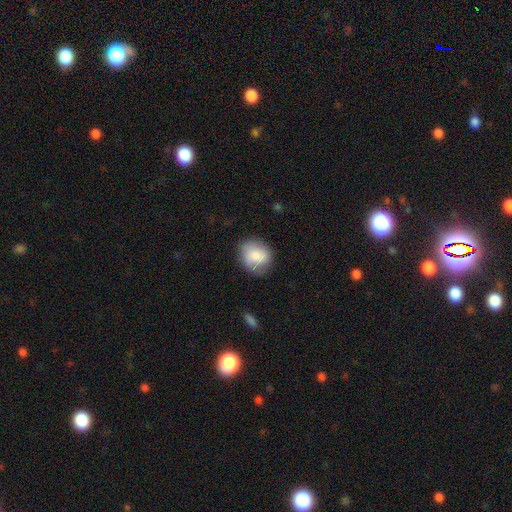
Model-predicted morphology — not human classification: The model was most divided on "how rounded": round: 68%, in between: 31%, cigar-shaped: 1%. More confident: smooth or featured — smooth (77%); merging — none (74%).